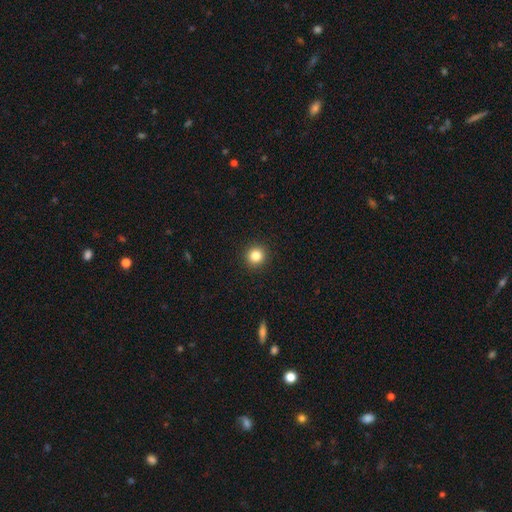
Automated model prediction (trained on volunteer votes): Q: Smooth or featured?
A: smooth (84%); runner-up: star or artifact (11%)
Q: How rounded?
A: round (93%); runner-up: in between (6%)
Q: Merging?
A: none (93%); runner-up: minor disturbance (5%)